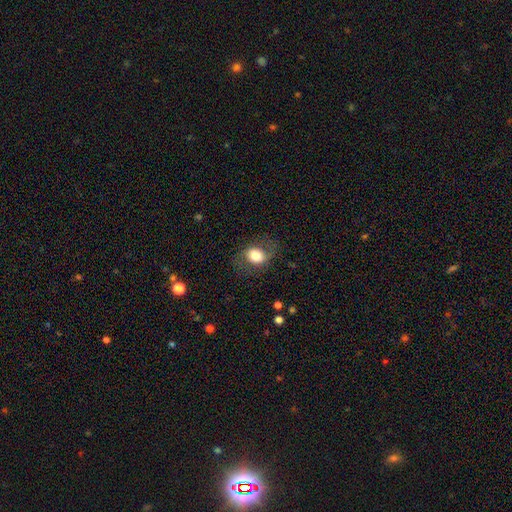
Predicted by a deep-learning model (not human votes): Morphology: type=smooth (67%); roundness=in between (54%); merging=none (71%).